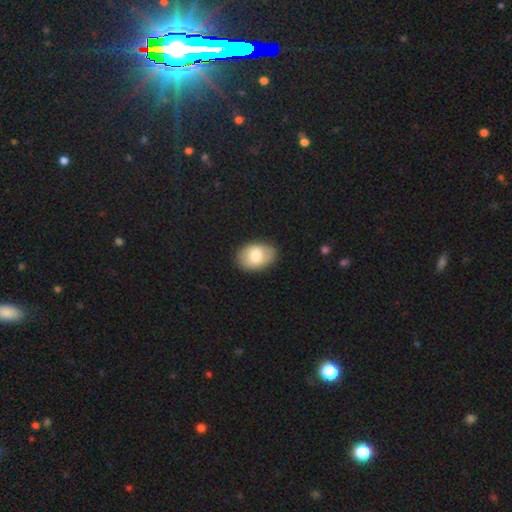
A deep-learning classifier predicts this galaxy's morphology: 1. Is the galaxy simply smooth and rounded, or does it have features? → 73% smooth, 20% featured or disk, 6% star or artifact.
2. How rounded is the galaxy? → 86% in between, 13% round, 1% cigar-shaped.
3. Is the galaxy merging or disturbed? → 84% none, 12% minor disturbance, 3% major disturbance, 1% merger.